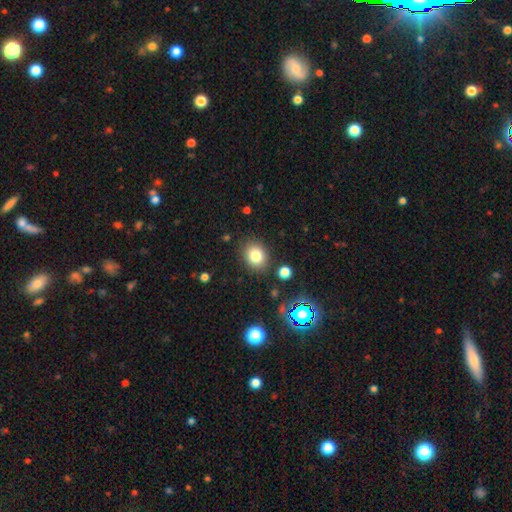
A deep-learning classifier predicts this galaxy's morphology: Overall: smooth (80%). How rounded: round (60%; in between 39%). Merging: none (85%).